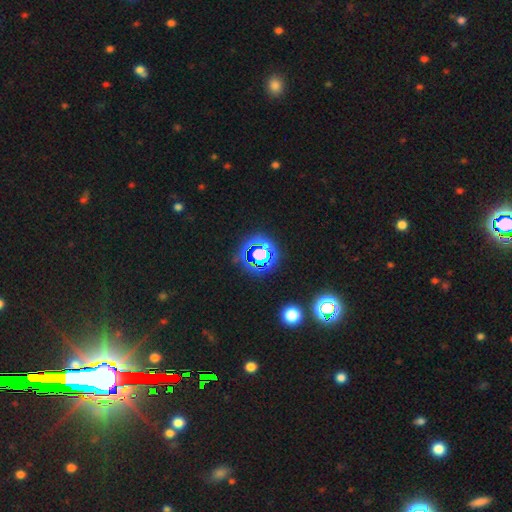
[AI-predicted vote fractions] A star or artifact, not a galaxy (79%).